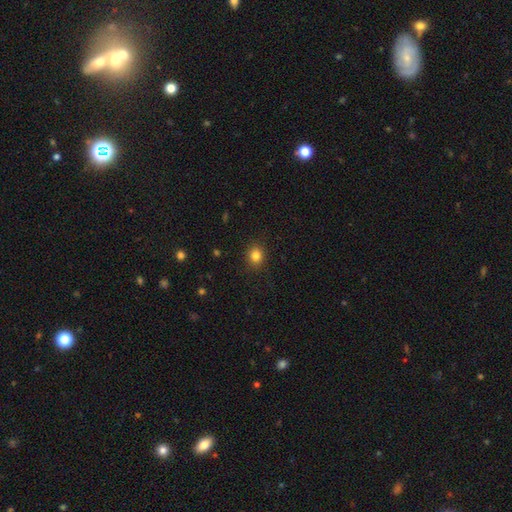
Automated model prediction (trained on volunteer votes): Smooth or featured: smooth — 83% (star or artifact — 12%)
How rounded: round — 73% (in between — 26%)
Merging: none — 90% (minor disturbance — 7%)